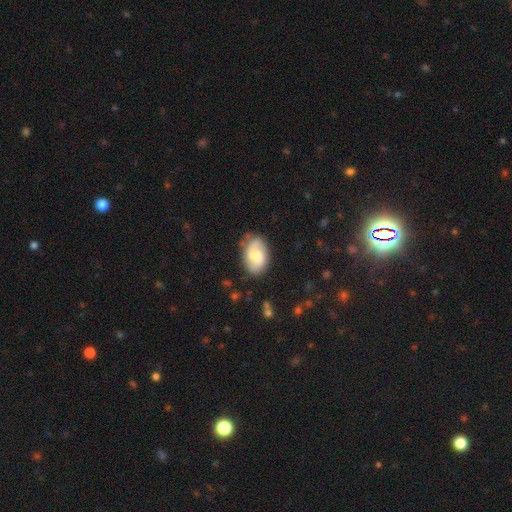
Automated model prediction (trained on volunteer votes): This appears to be a featured or disk galaxy (48%). Merging: none (75%).